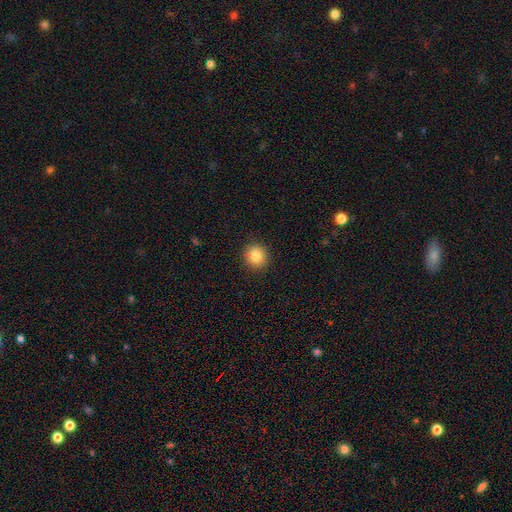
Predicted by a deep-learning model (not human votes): Morphology: type=smooth (86%); roundness=round (90%); merging=none (90%).